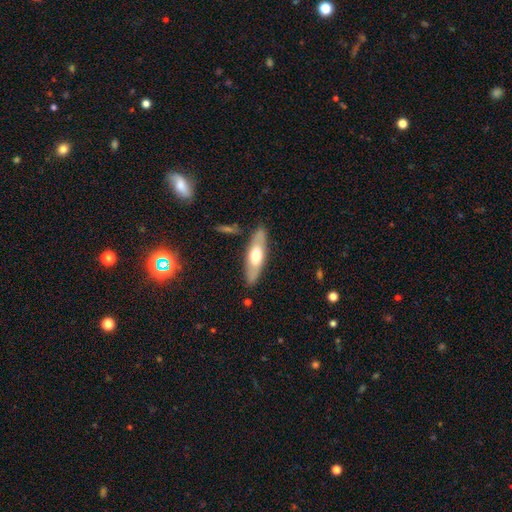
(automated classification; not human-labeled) smooth-or-featured: smooth: 51% | featured or disk: 43% | star or artifact: 5%
  how-rounded: cigar-shaped: 51% | in between: 46% | round: 2%
  merging: none: 85% | minor disturbance: 11% | major disturbance: 2% | merger: 2%